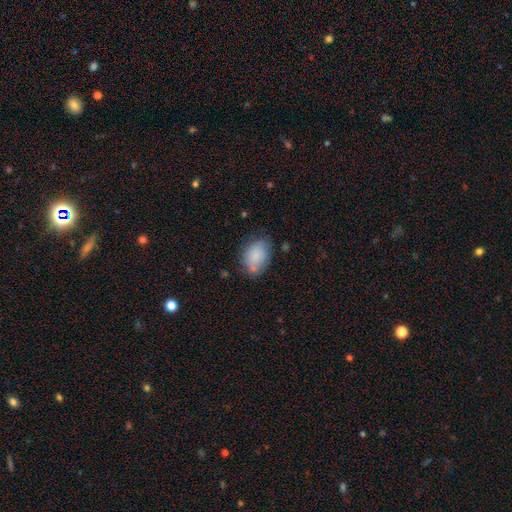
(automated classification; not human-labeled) A smooth galaxy with no disk features (83%) that is in between round and cigar-shaped (81%).

Vote fractions:
- Smooth or featured? smooth: 83% / featured or disk: 9% / star or artifact: 8%
- How rounded? in between: 81% / round: 18% / cigar-shaped: 1%
- Merging? none: 66% / minor disturbance: 23% / major disturbance: 6% / merger: 6%